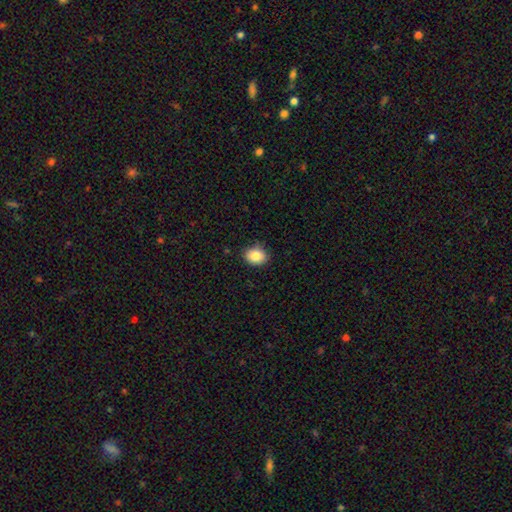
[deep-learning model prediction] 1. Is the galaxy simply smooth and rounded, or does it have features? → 85% smooth, 9% star or artifact, 7% featured or disk.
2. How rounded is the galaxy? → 59% in between, 40% round, 1% cigar-shaped.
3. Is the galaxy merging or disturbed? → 84% none, 13% minor disturbance, 2% major disturbance, 1% merger.